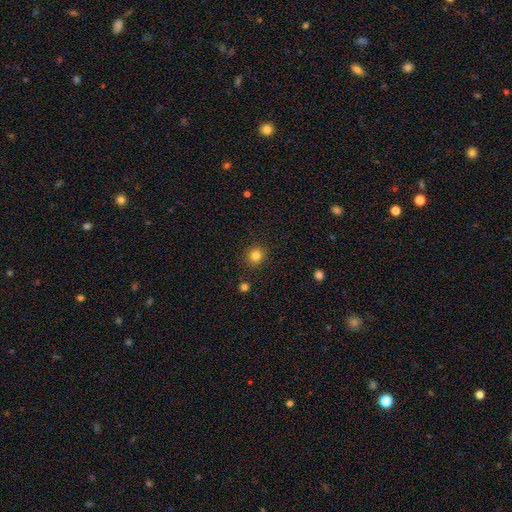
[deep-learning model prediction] Smooth or featured?
  - smooth: 83% *
  - star or artifact: 12%
  - featured or disk: 5%
How rounded?
  - round: 89% *
  - in between: 10%
  - cigar-shaped: 1%
Merging?
  - none: 90% *
  - minor disturbance: 6%
  - major disturbance: 2%
  - merger: 2%